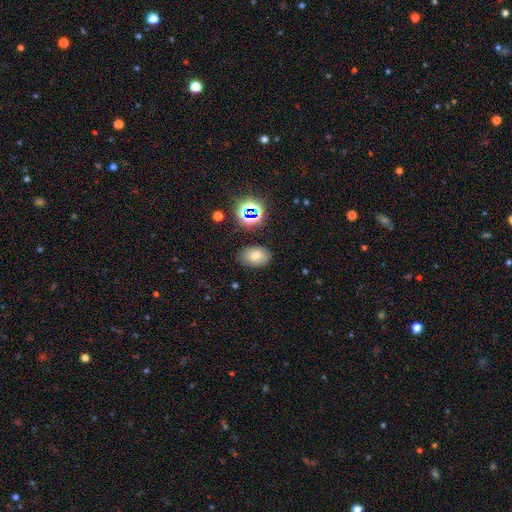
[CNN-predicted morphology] type=smooth (65%); roundness=in between (82%); merging=none (82%).